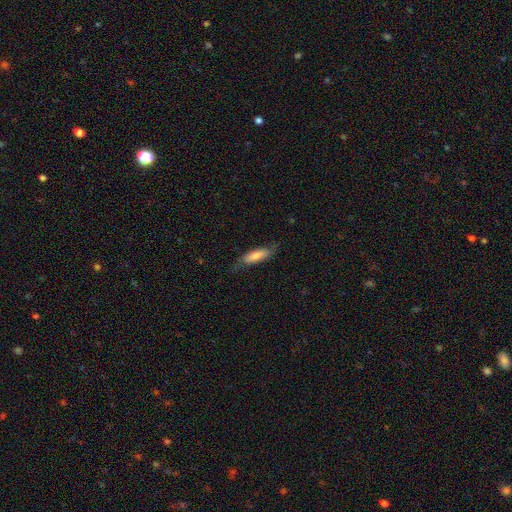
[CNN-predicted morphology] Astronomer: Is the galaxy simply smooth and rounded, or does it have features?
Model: smooth — 62%.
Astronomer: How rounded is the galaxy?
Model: cigar-shaped — 61% (runner-up: in between, 37%).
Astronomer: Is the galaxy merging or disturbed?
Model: none — 70%.